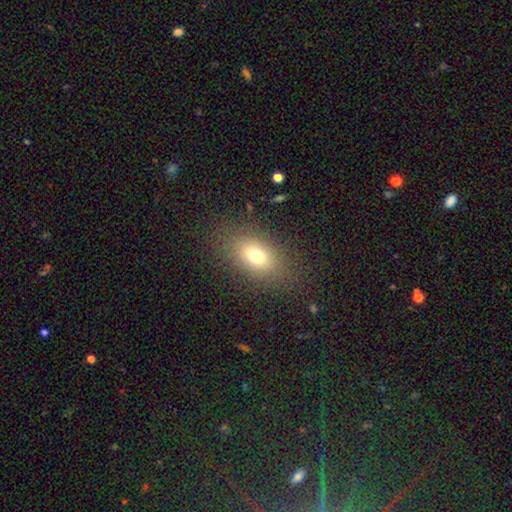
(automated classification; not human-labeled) Smooth or featured? smooth (73%)
How rounded? in between (81%)
Merging? none (83%)